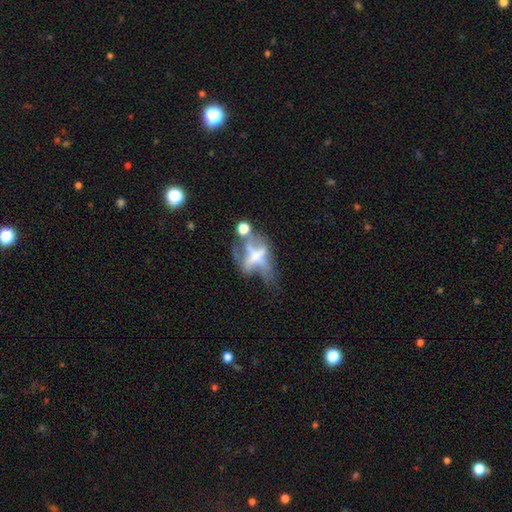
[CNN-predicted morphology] A featured or disk galaxy (56%).

Vote fractions:
- Smooth or featured? featured or disk: 56% / smooth: 27% / star or artifact: 16%
- Edge-on disk? no: 83% / yes: 17%
- Merging? major disturbance: 36% / none: 27% / merger: 22% / minor disturbance: 15%